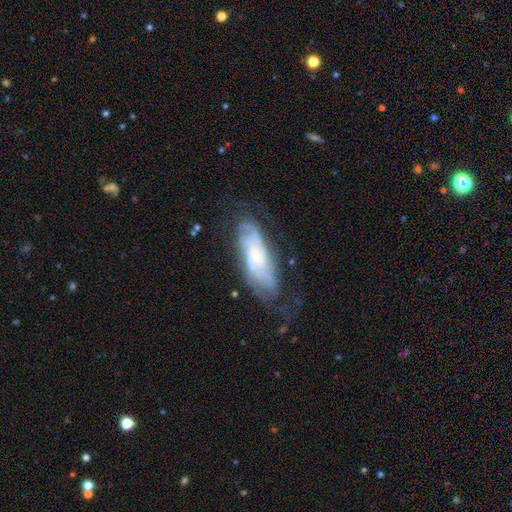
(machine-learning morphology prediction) Overall: featured or disk (78%). Edge-on disk: no (87%). Bar: no (63%; weak 30%). Spiral arms: yes (94%). Spiral arm count: can't tell (44%; 2 25%). Spiral winding: tight (62%; medium 31%). Bulge size: small (65%). Merging: none (65%).